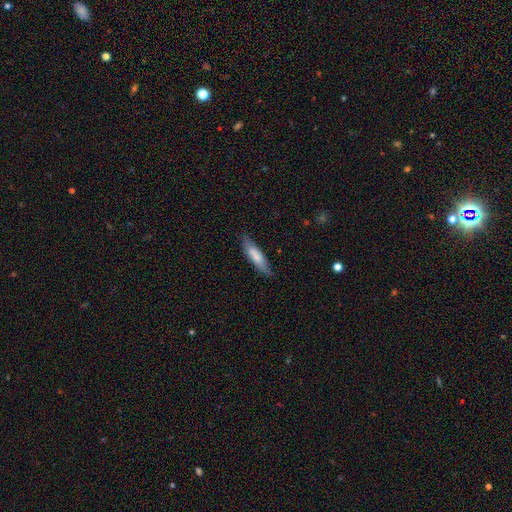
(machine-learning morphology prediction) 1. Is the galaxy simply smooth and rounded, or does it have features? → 74% smooth, 20% featured or disk, 6% star or artifact.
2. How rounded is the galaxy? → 73% cigar-shaped, 26% in between, 1% round.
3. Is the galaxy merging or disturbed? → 82% none, 14% minor disturbance, 3% major disturbance, 1% merger.